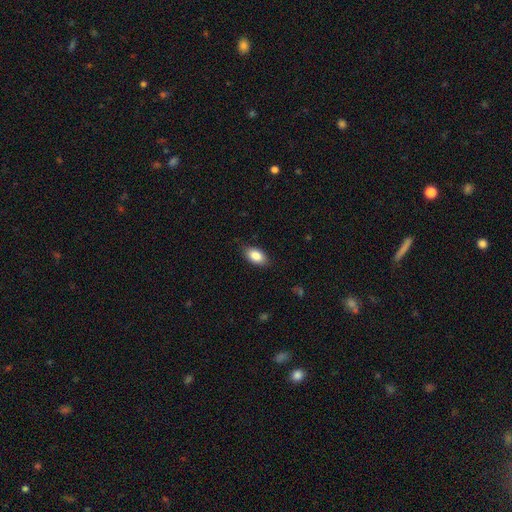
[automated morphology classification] Q: Smooth or featured?
A: smooth (87%); runner-up: star or artifact (7%)
Q: How rounded?
A: in between (92%); runner-up: round (5%)
Q: Merging?
A: none (83%); runner-up: minor disturbance (13%)